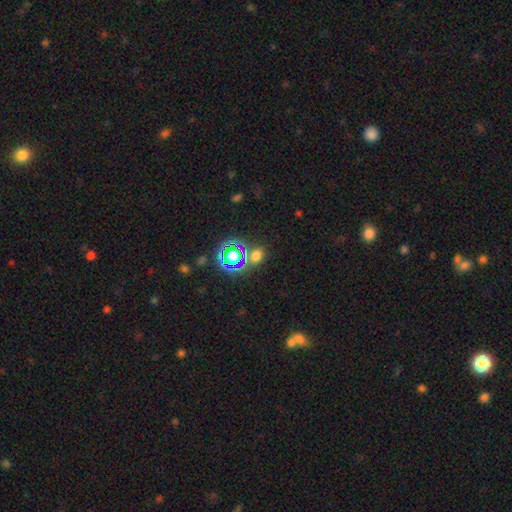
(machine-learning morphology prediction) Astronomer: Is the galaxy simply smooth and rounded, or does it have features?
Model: smooth — 56% (runner-up: star or artifact, 36%).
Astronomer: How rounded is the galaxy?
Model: round — 59% (runner-up: in between, 39%).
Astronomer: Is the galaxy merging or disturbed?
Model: none — 69%.